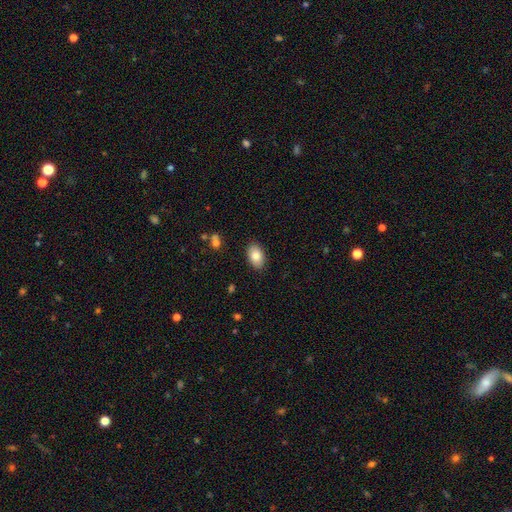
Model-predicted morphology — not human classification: This is clearly a smooth galaxy (83%). How rounded: clearly in between (92%). Merging: clearly none (87%).